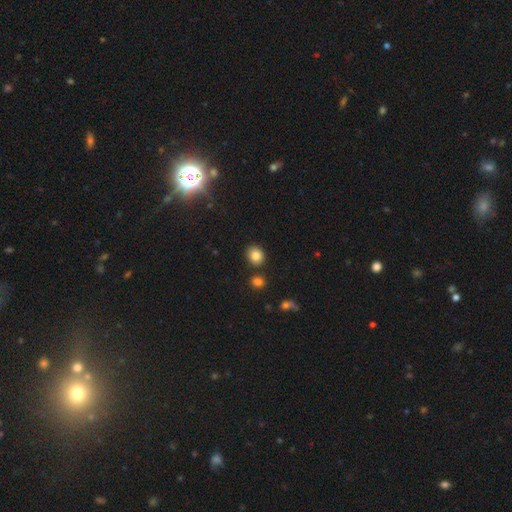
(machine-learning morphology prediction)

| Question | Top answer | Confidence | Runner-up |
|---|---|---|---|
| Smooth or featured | smooth | 84% | star or artifact (11%) |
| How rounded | round | 71% | in between (28%) |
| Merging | none | 81% | minor disturbance (9%) |